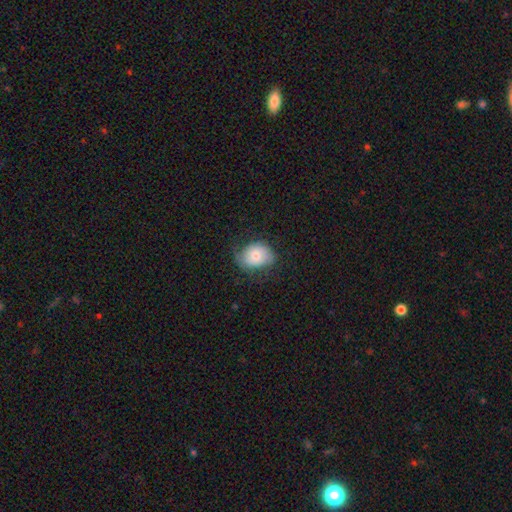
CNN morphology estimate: smooth 68%, featured or disk 24%, star or artifact 8%. Down the decision tree: how rounded — in between (61%); merging — none (59%).